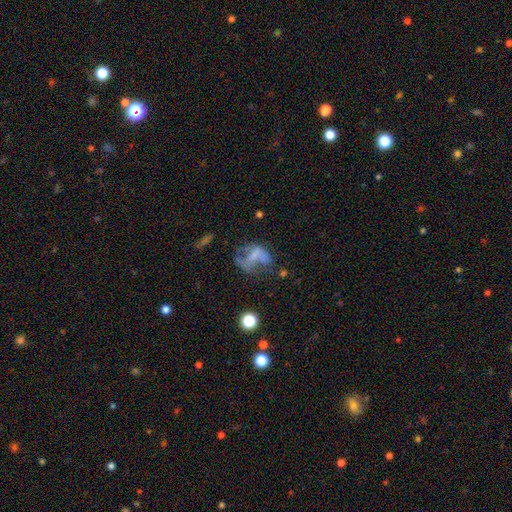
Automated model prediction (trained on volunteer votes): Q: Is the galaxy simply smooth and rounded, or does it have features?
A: featured or disk — 47%.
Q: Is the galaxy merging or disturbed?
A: major disturbance — 41%.